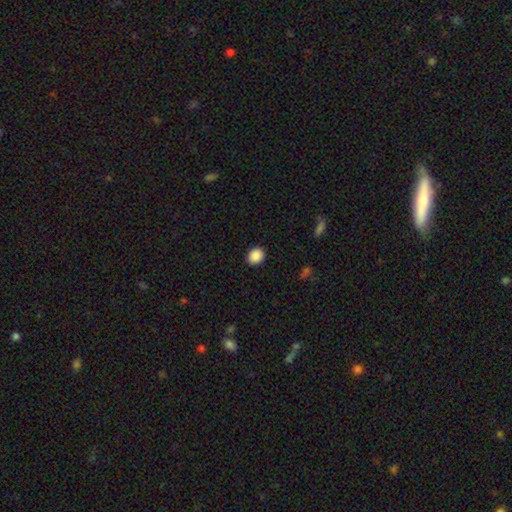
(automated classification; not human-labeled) This is clearly a smooth galaxy (89%). How rounded: likely round (60%). Merging: clearly none (90%).